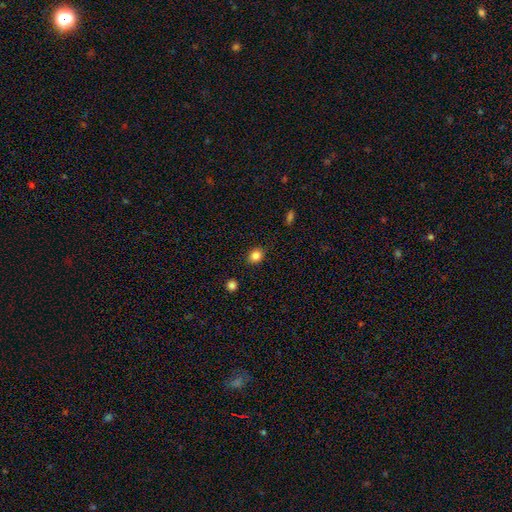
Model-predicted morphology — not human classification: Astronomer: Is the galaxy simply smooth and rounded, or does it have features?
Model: smooth — 84%.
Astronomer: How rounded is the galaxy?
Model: round — 67%.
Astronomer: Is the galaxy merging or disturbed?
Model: none — 89%.